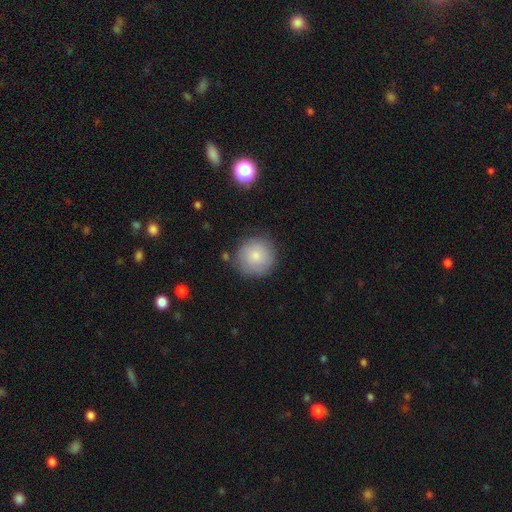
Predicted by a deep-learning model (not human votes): This appears to be a smooth galaxy with no disk features (80%) that is round (95%). Merging: none (81%).